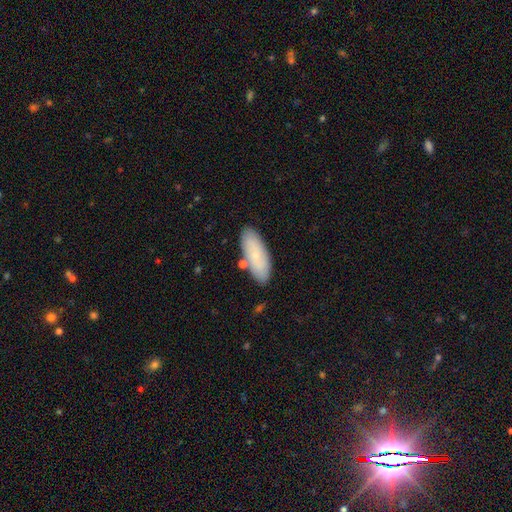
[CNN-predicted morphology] Smooth or featured? Predicted: smooth (p=0.76). How rounded? Predicted: in between (p=0.74). Merging? Predicted: none (p=0.81).